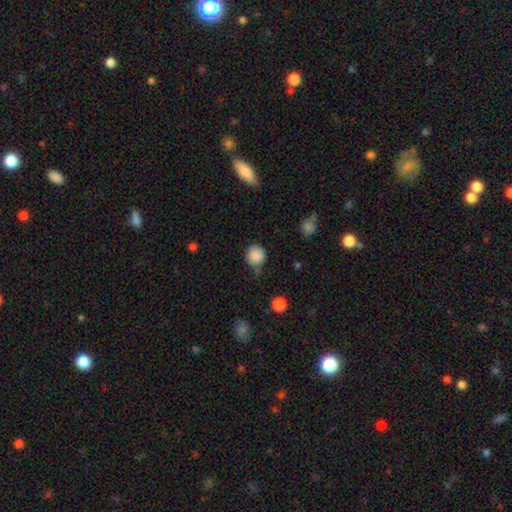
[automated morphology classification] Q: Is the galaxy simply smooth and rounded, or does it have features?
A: smooth — 86%.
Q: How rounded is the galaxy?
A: round — 90%.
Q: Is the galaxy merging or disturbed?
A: none — 73%.